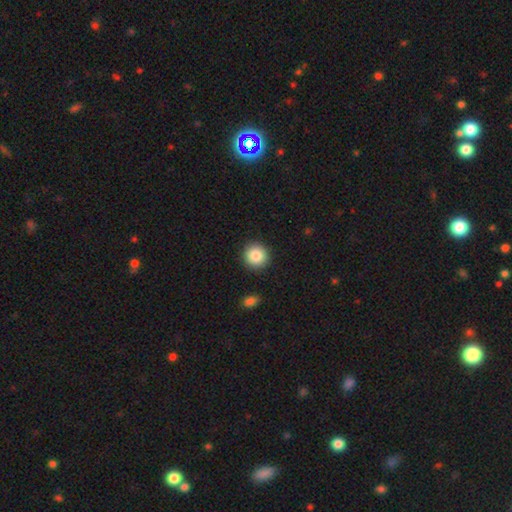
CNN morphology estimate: Smooth or featured? Predicted: smooth (p=0.86). How rounded? Predicted: round (p=0.94). Merging? Predicted: none (p=0.92).